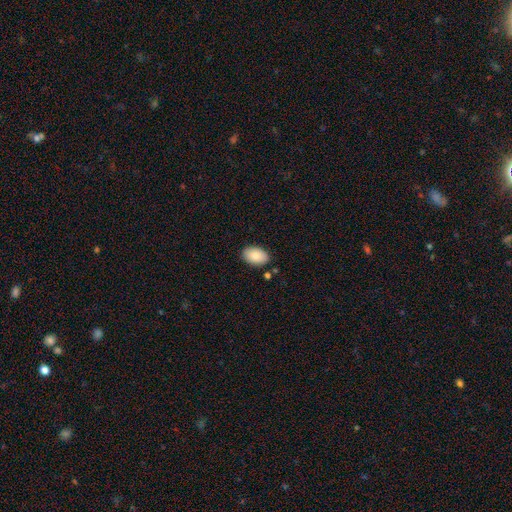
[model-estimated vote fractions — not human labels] smooth 86%, featured or disk 7%, star or artifact 7%. Down the decision tree: how rounded — in between (91%); merging — none (86%).